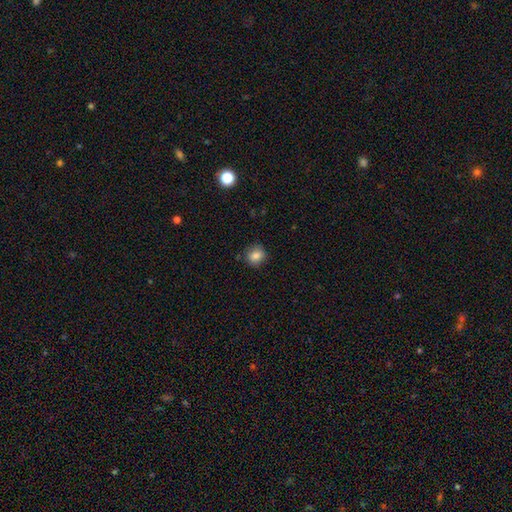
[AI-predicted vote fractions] A smooth galaxy with no disk features (83%) that is round (76%).

Vote fractions:
- Smooth or featured? smooth: 83% / star or artifact: 11% / featured or disk: 6%
- How rounded? round: 76% / in between: 23% / cigar-shaped: 1%
- Merging? none: 82% / minor disturbance: 13% / major disturbance: 3% / merger: 2%